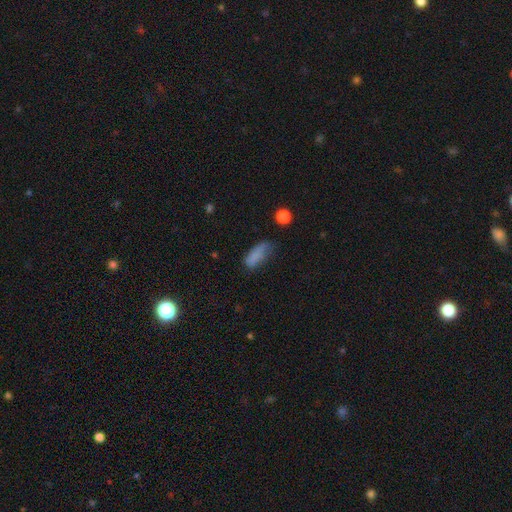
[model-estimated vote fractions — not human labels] Smooth or featured: smooth — 77% (featured or disk — 12%)
How rounded: in between — 75% (cigar-shaped — 22%)
Merging: none — 41% (minor disturbance — 35%)